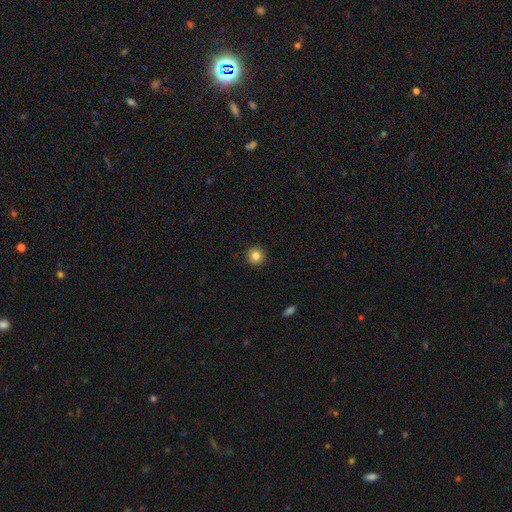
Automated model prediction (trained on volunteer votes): Smooth or featured?
  - smooth: 83% *
  - star or artifact: 11%
  - featured or disk: 6%
How rounded?
  - round: 95% *
  - in between: 4%
  - cigar-shaped: 1%
Merging?
  - none: 92% *
  - minor disturbance: 5%
  - major disturbance: 2%
  - merger: 1%